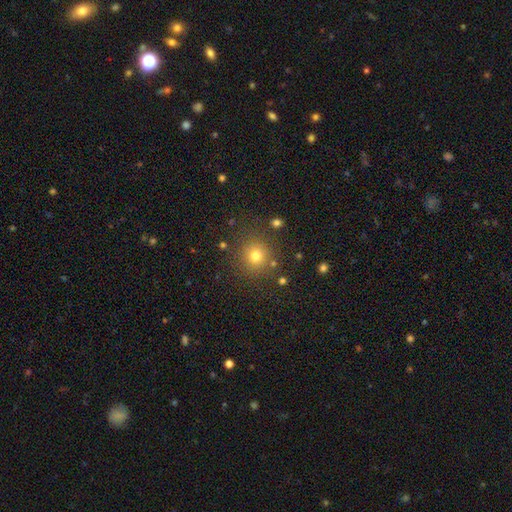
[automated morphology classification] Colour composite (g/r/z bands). It shows a smooth galaxy with no disk features (75%) that is round (93%). Merging: none (85%).